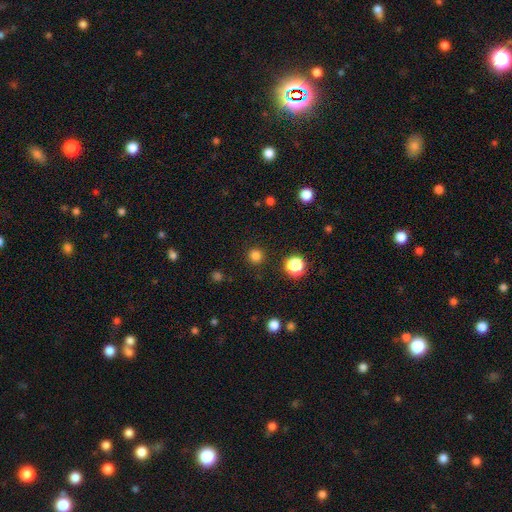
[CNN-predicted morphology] smooth_or_featured: smooth (p=0.80) [alt: star or artifact p=0.16]
how_rounded: round (p=0.95) [alt: in between p=0.04]
merging: none (p=0.91) [alt: minor disturbance p=0.05]